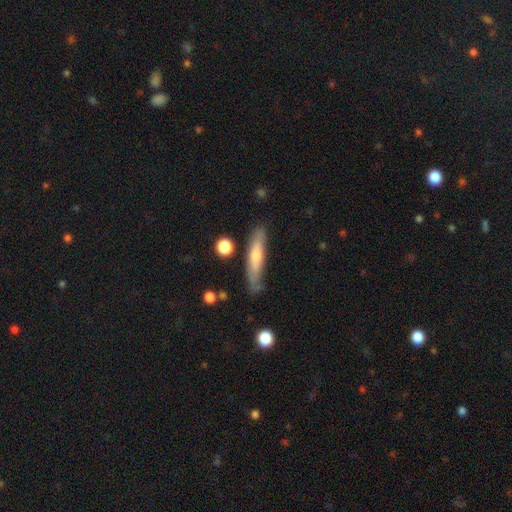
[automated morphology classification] This appears to be a featured or disk galaxy (47%). Merging: none (76%).